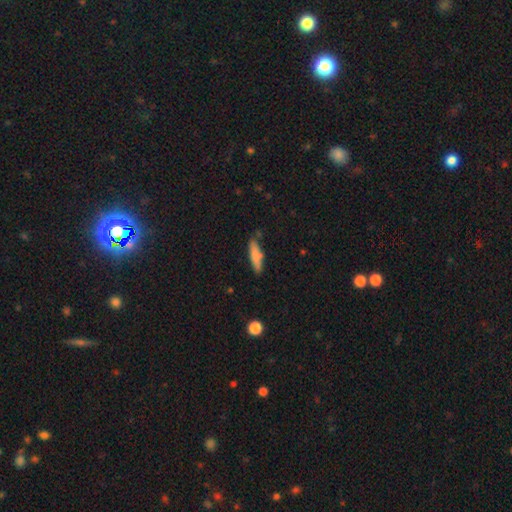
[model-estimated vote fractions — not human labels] A smooth galaxy with no disk features (76%) that is cigar-shaped (75%). Merging: none (77%).